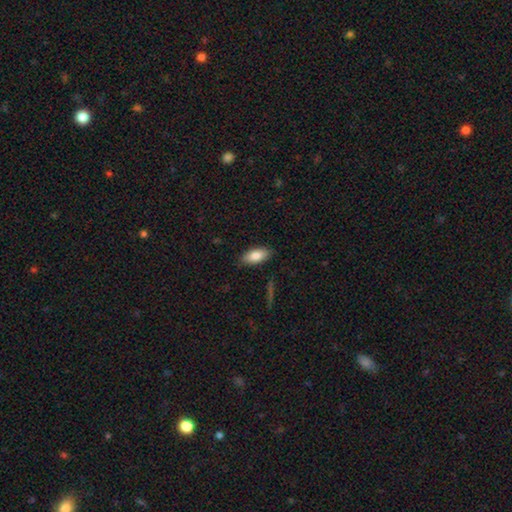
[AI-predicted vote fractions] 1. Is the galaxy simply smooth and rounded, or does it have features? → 83% smooth, 10% featured or disk, 7% star or artifact.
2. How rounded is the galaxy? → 89% in between, 8% cigar-shaped, 3% round.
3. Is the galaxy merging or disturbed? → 85% none, 11% minor disturbance, 2% major disturbance, 1% merger.